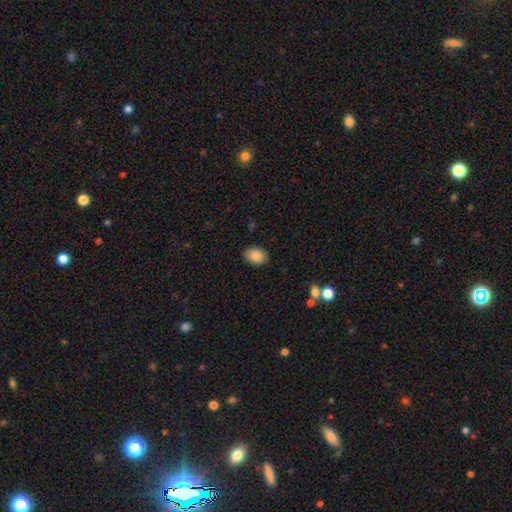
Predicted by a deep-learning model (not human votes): smooth 87%, star or artifact 8%, featured or disk 5%. Down the decision tree: how rounded — in between (77%); merging — none (87%).